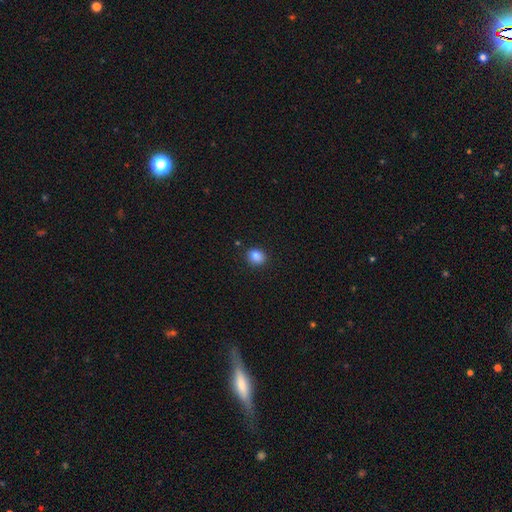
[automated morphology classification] Smooth or featured? Predicted: smooth (p=0.85). How rounded? Predicted: round (p=0.62). Merging? Predicted: none (p=0.86).